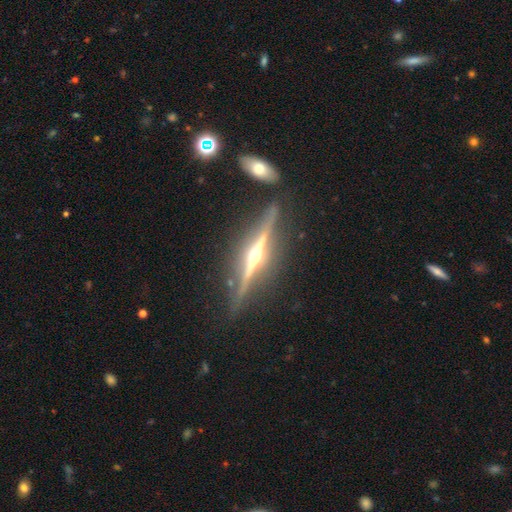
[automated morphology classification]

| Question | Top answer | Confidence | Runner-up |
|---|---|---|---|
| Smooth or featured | featured or disk | 87% | smooth (7%) |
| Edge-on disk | yes | 97% | no (3%) |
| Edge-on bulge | rounded | 95% | boxy (3%) |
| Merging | none | 84% | minor disturbance (10%) |